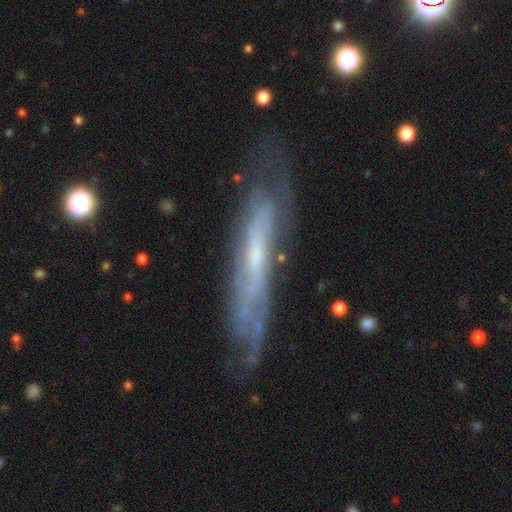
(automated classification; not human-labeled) Smooth or featured? featured or disk (73%)
Edge-on disk? yes (51%)
Merging? none (70%)